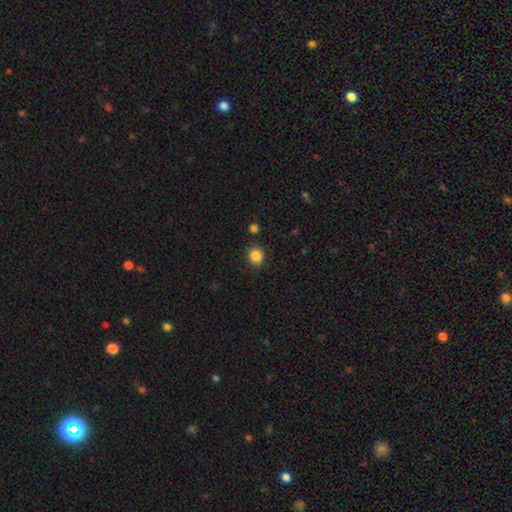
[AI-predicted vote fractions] smooth_or_featured: smooth (p=0.86) [alt: star or artifact p=0.10]
how_rounded: round (p=0.79) [alt: in between p=0.20]
merging: none (p=0.84) [alt: minor disturbance p=0.10]